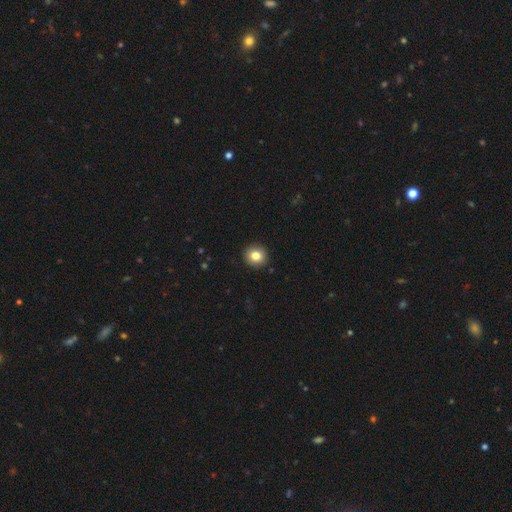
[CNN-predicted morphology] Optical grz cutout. It shows a smooth galaxy with no disk features (82%) that is round (92%). Merging: none (93%).